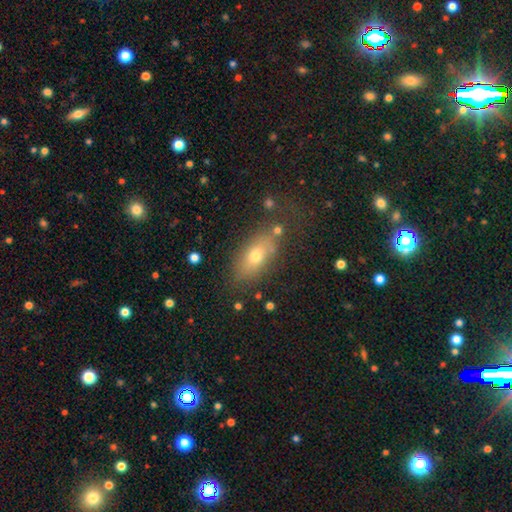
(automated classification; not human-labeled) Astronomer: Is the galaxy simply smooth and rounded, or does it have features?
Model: smooth — 67%.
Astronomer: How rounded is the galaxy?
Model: in between — 79%.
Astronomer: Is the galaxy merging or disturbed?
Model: none — 69%.